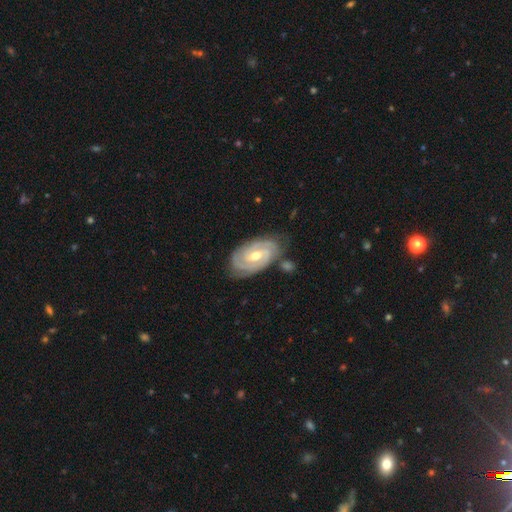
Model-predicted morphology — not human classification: The model was most divided on "bar": weak: 46%, no: 36%, strong: 18%. More confident: spiral arms — yes (98%); edge-on disk — no (97%); smooth or featured — featured or disk (90%); merging — none (77%); spiral winding — tight (74%); bulge size — moderate (71%); spiral arm count — 2 (61%).